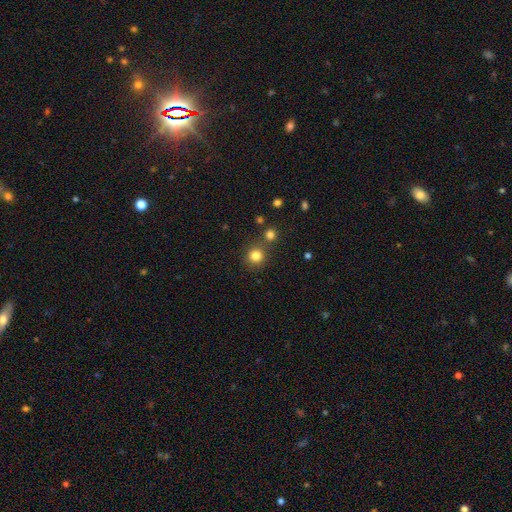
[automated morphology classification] type=smooth (81%); roundness=round (92%); merging=none (75%).